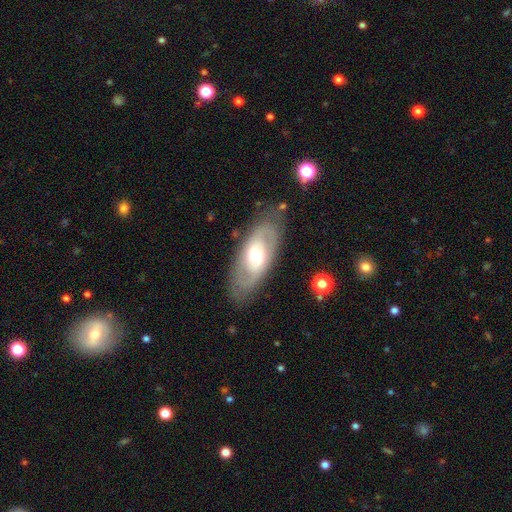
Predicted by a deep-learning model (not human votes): This is possibly a featured or disk galaxy (55%). It is clearly not viewed edge-on (85%). Merging: likely none (79%).